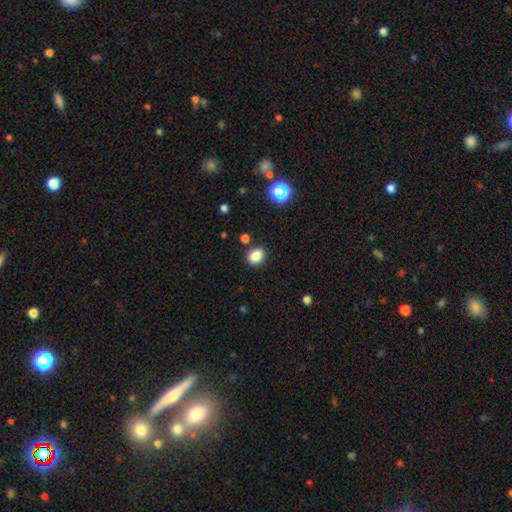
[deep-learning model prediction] smooth_or_featured: smooth (p=0.83) [alt: star or artifact p=0.12]
how_rounded: round (p=0.55) [alt: in between p=0.44]
merging: none (p=0.86) [alt: minor disturbance p=0.08]